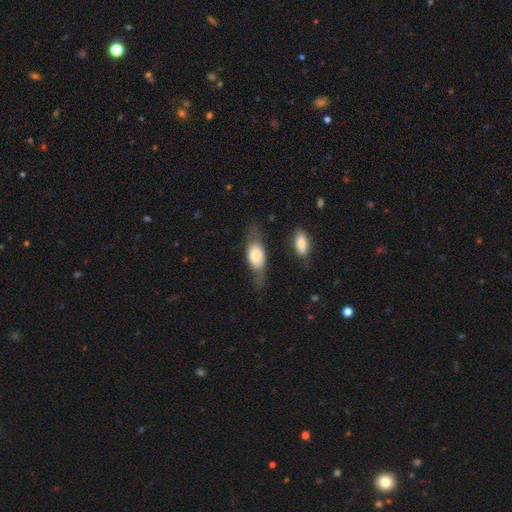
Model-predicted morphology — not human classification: Smooth or featured: smooth — 59% (featured or disk — 34%)
How rounded: in between — 77% (cigar-shaped — 16%)
Merging: none — 56% (minor disturbance — 24%)